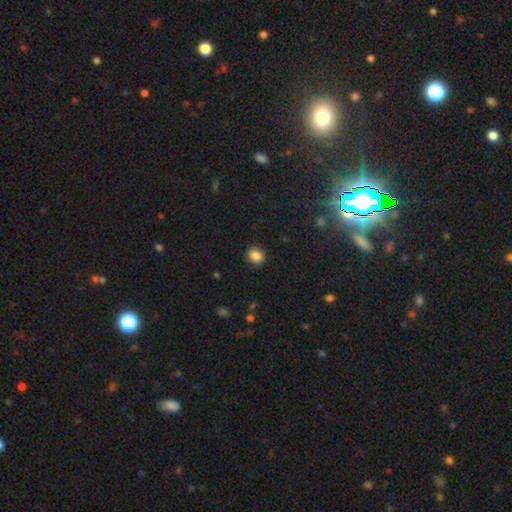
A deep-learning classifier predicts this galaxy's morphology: Smooth or featured?
  - smooth: 87% *
  - star or artifact: 10%
  - featured or disk: 3%
How rounded?
  - round: 70% *
  - in between: 29%
  - cigar-shaped: 1%
Merging?
  - none: 89% *
  - minor disturbance: 7%
  - major disturbance: 2%
  - merger: 1%